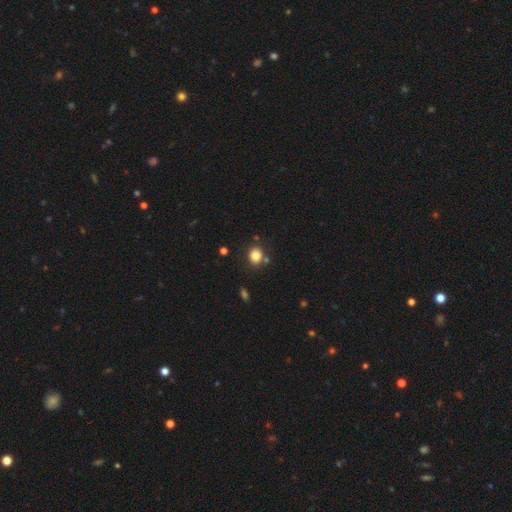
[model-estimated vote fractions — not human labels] Smooth or featured? smooth (83%)
How rounded? round (73%)
Merging? none (79%)